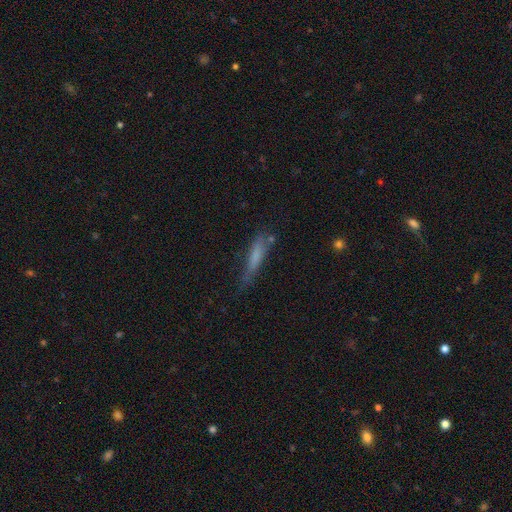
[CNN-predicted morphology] Overall: smooth (63%; featured or disk 27%). How rounded: cigar-shaped (86%). Merging: none (54%; minor disturbance 28%).